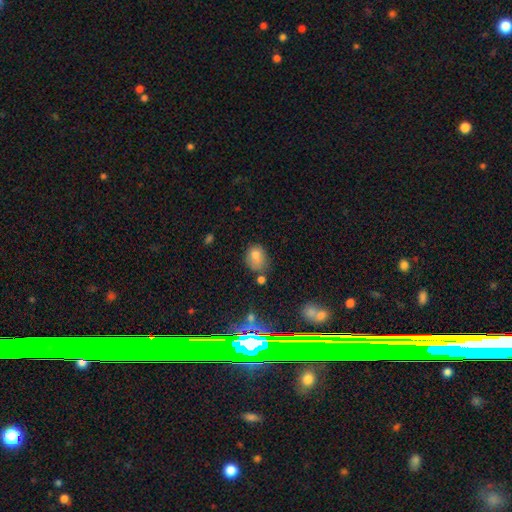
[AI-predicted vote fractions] Smooth or featured?
  - smooth: 75% *
  - star or artifact: 15%
  - featured or disk: 10%
How rounded?
  - in between: 66% *
  - round: 33%
  - cigar-shaped: 1%
Merging?
  - none: 55% *
  - minor disturbance: 26%
  - merger: 11%
  - major disturbance: 8%